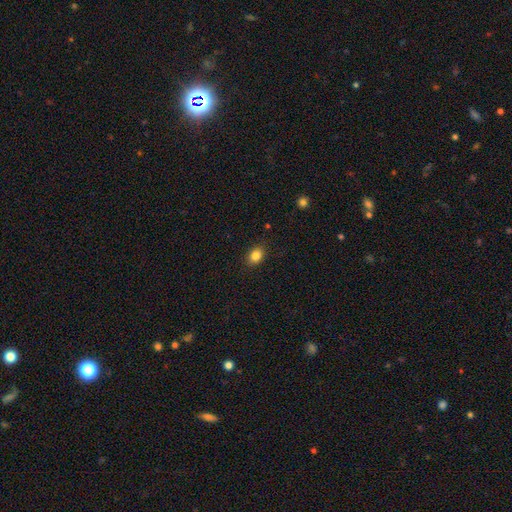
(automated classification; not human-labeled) A smooth galaxy with no disk features (85%) that is in between round and cigar-shaped (65%). Merging: none (88%).